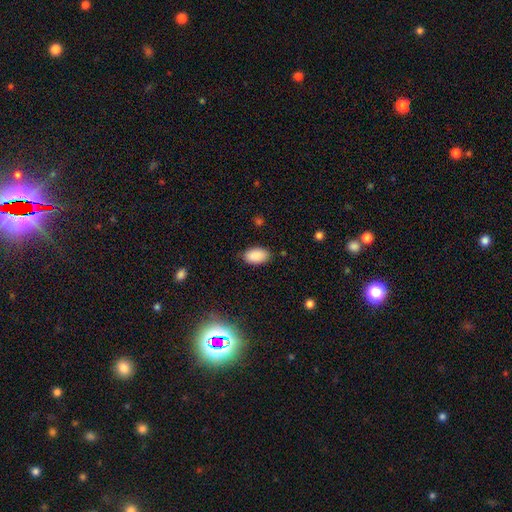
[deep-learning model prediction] Smooth or featured? smooth (89%)
How rounded? in between (94%)
Merging? none (85%)